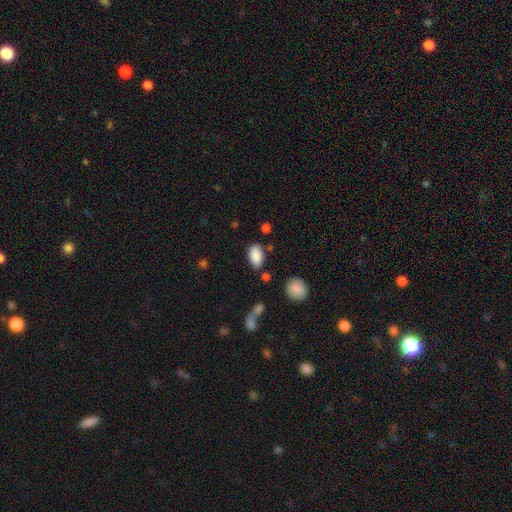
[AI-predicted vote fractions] This is clearly a smooth galaxy (89%). How rounded: clearly in between (93%). Merging: likely none (78%).